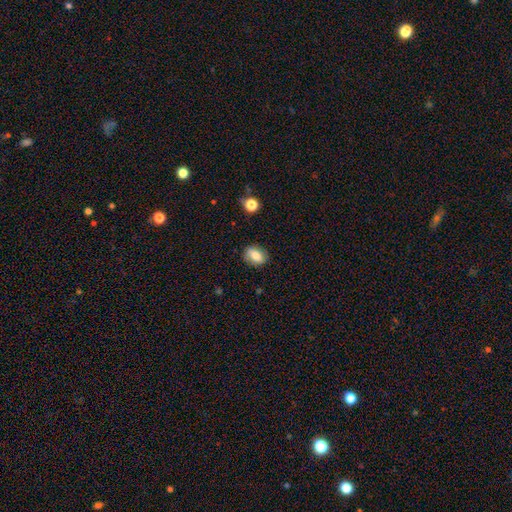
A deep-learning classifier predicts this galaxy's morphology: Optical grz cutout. It shows a smooth galaxy with no disk features (77%) that is in between round and cigar-shaped (69%). Merging: none (81%).